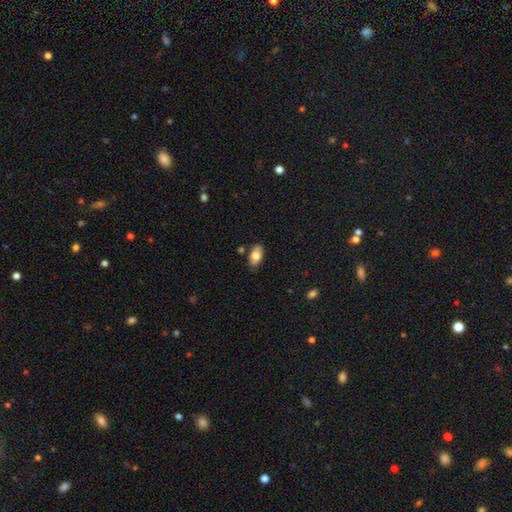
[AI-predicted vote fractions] smooth_or_featured: smooth (p=0.76) [alt: featured or disk p=0.17]
how_rounded: in between (p=0.93) [alt: round p=0.05]
merging: none (p=0.78) [alt: minor disturbance p=0.16]